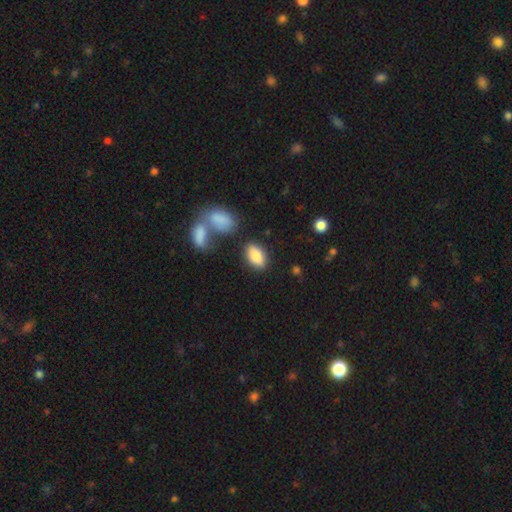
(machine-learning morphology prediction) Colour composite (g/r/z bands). It shows a smooth galaxy with no disk features (85%) that is in between round and cigar-shaped (90%). Merging: none (77%).